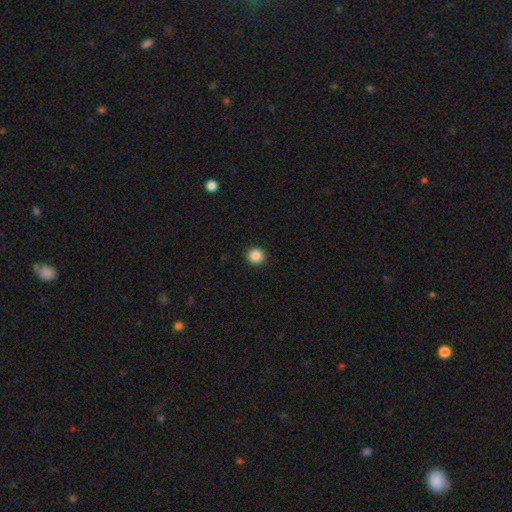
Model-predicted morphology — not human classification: Smooth or featured? smooth (87%)
How rounded? round (95%)
Merging? none (93%)